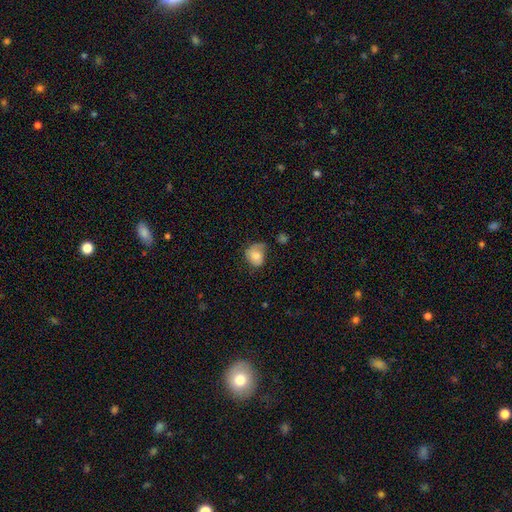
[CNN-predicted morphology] This is likely a smooth galaxy (68%). How rounded: possibly round (51%). Merging: marginally none (40%).